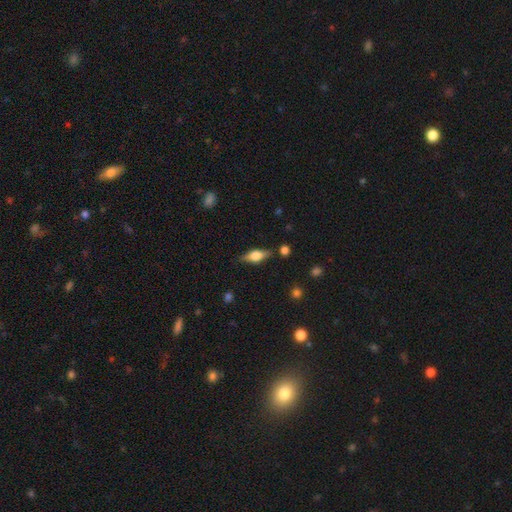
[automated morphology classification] A featured or disk galaxy (48%).

Vote fractions:
- Smooth or featured? featured or disk: 48% / smooth: 45% / star or artifact: 7%
- Merging? none: 81% / minor disturbance: 13% / major disturbance: 3% / merger: 3%